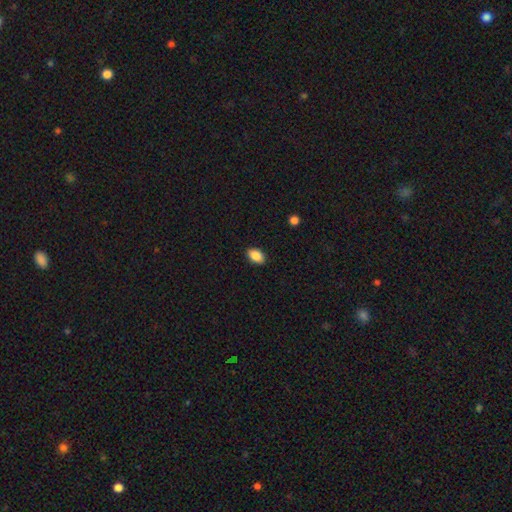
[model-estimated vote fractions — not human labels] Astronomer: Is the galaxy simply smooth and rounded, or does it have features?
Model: smooth — 89%.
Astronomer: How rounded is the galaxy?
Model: in between — 90%.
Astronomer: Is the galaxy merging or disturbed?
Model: none — 89%.